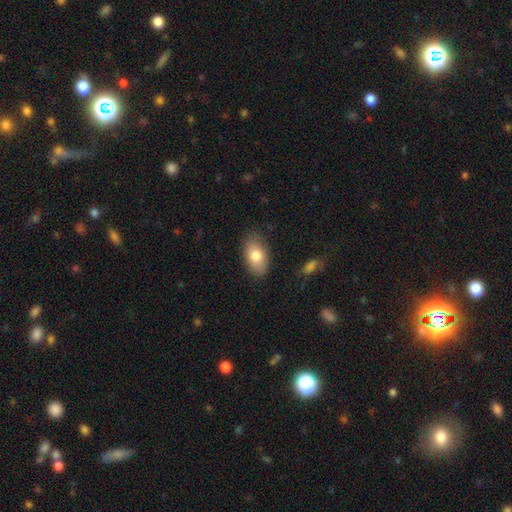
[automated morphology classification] type=smooth (78%); roundness=in between (92%); merging=none (83%).